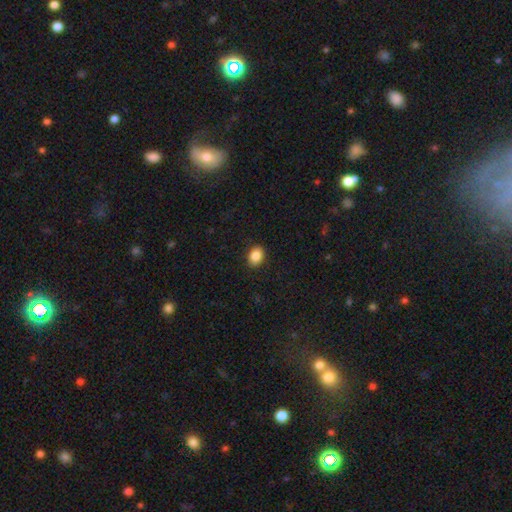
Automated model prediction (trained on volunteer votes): A smooth galaxy with no disk features (87%) that is in between round and cigar-shaped (69%). Merging: none (90%).